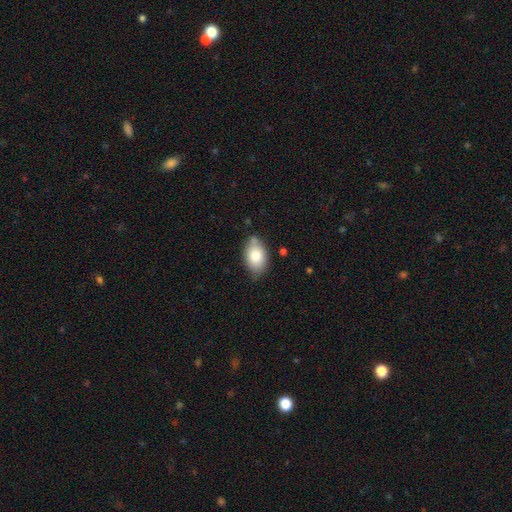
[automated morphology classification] type=smooth (79%); roundness=in between (90%); merging=none (70%).